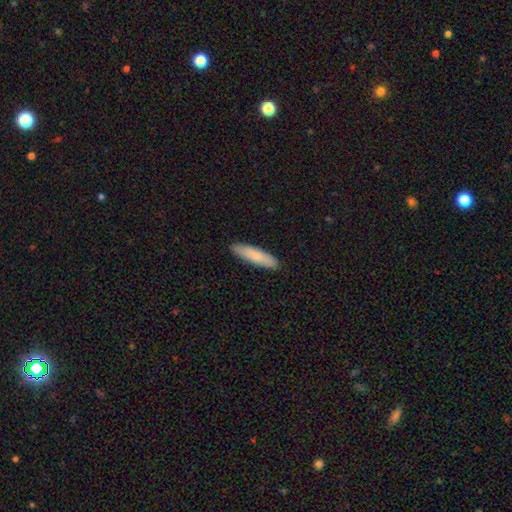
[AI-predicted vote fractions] Smooth or featured? smooth (81%)
How rounded? cigar-shaped (78%)
Merging? none (90%)